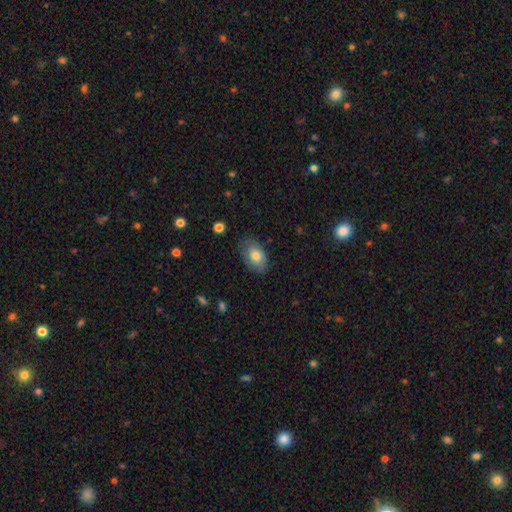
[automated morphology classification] This appears to be a smooth galaxy with no disk features (76%) that is in between round and cigar-shaped (89%). Merging: none (73%).